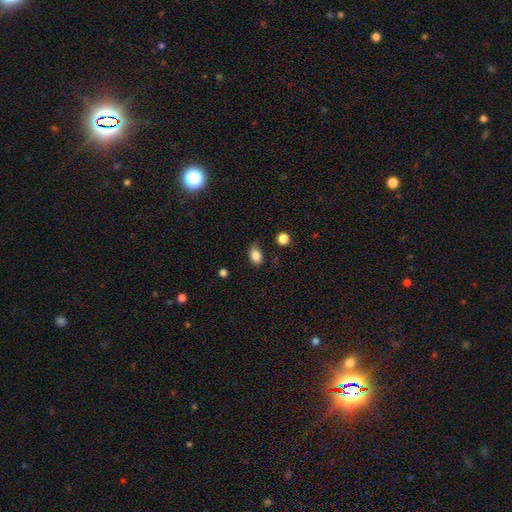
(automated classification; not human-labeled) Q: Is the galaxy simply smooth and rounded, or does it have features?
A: smooth — 84%.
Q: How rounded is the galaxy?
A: in between — 78%.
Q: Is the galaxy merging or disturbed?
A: none — 66%.